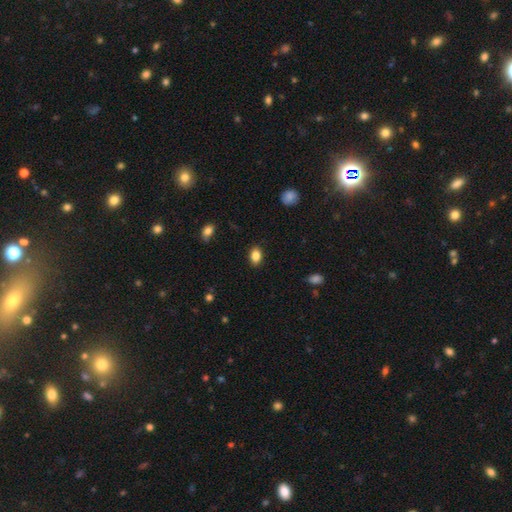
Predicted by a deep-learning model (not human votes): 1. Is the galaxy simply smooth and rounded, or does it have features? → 85% smooth, 9% star or artifact, 6% featured or disk.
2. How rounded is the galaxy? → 77% in between, 22% round, 1% cigar-shaped.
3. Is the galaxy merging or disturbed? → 88% none, 9% minor disturbance, 2% major disturbance, 1% merger.